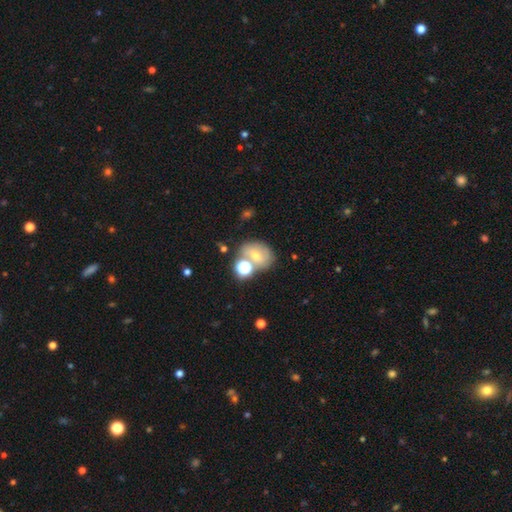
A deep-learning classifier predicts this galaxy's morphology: smooth-or-featured: smooth: 46% | featured or disk: 31% | star or artifact: 23%
  merging: none: 52% | merger: 28% | minor disturbance: 13% | major disturbance: 6%